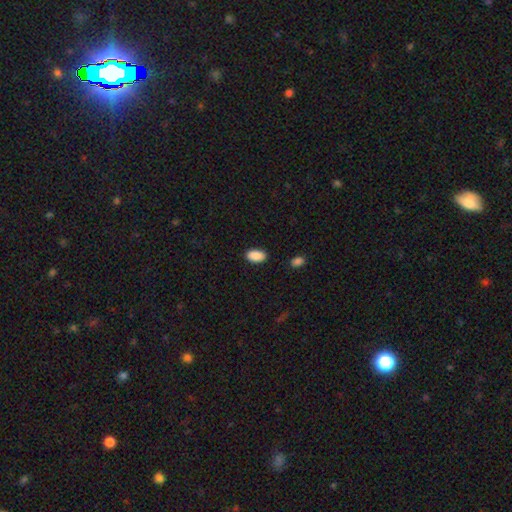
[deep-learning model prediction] Smooth or featured?
  - smooth: 90% *
  - star or artifact: 7%
  - featured or disk: 3%
How rounded?
  - in between: 93% *
  - round: 4%
  - cigar-shaped: 2%
Merging?
  - none: 88% *
  - minor disturbance: 8%
  - major disturbance: 2%
  - merger: 1%